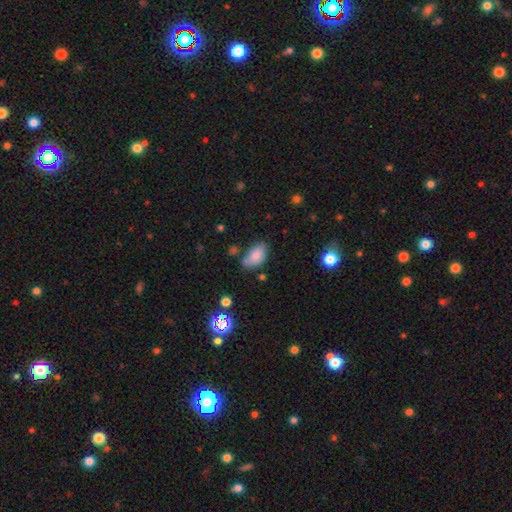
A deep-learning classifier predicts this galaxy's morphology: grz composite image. It shows a smooth galaxy with no disk features (81%) that is in between round and cigar-shaped (92%). Merging: none (59%).